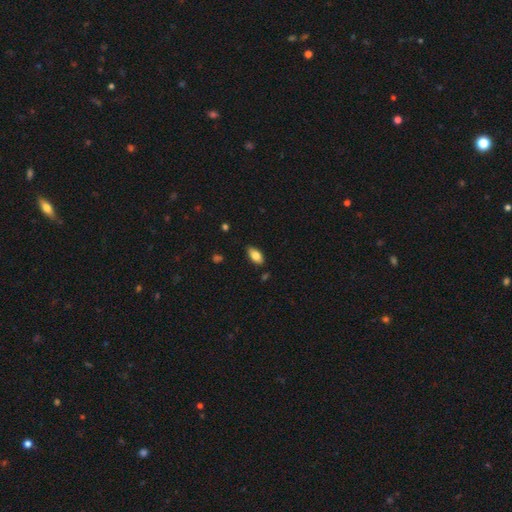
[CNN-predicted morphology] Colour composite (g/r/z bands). It shows a smooth galaxy with no disk features (80%) that is in between round and cigar-shaped (91%). Merging: none (82%).